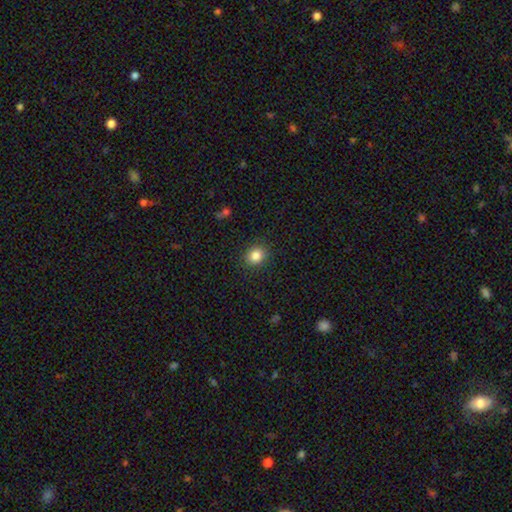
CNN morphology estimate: Overall: smooth (84%). How rounded: round (68%; in between 31%). Merging: none (89%).